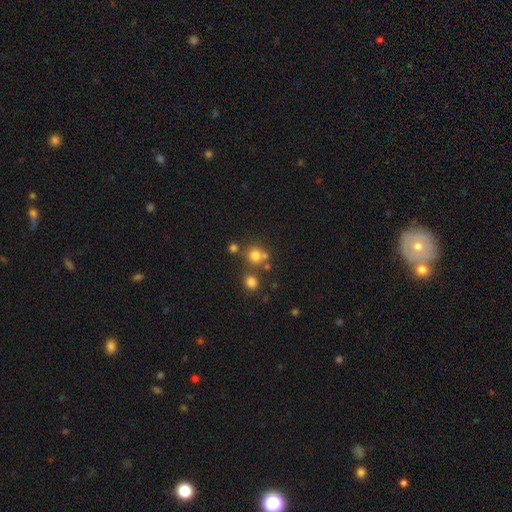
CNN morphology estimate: The model was most divided on "merging": none: 63%, merger: 24%, minor disturbance: 9%, major disturbance: 4%. More confident: how rounded — round (88%); smooth or featured — smooth (73%).